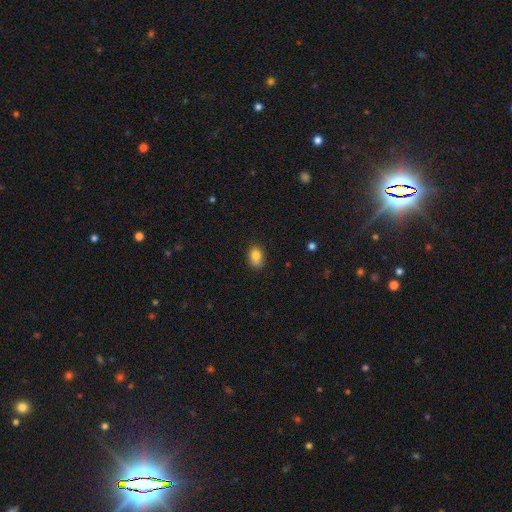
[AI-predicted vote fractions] The model was most divided on "how rounded": in between: 75%, round: 23%, cigar-shaped: 1%. More confident: smooth or featured — smooth (83%); merging — none (78%).